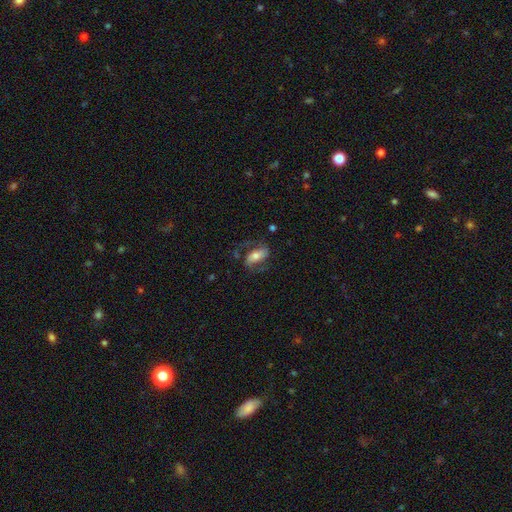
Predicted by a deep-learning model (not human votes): Morphology: type=featured or disk (61%); edge-on=no (93%); bar=strong (40%); spiral arms=yes (87%); bulge=moderate (54%); merging=none (62%).